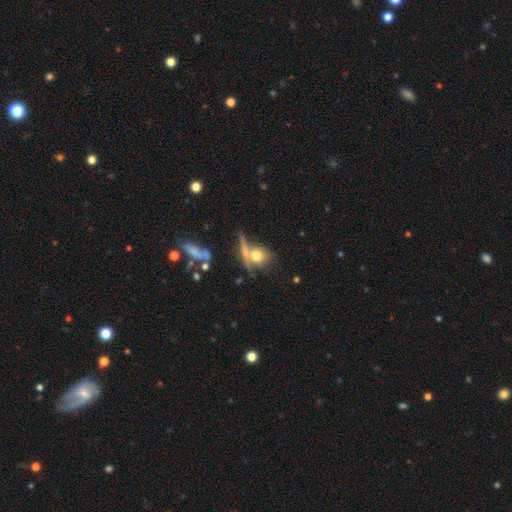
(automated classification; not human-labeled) Smooth or featured: smooth — 70% (featured or disk — 19%)
How rounded: round — 71% (in between — 21%)
Merging: none — 45% (merger — 31%)